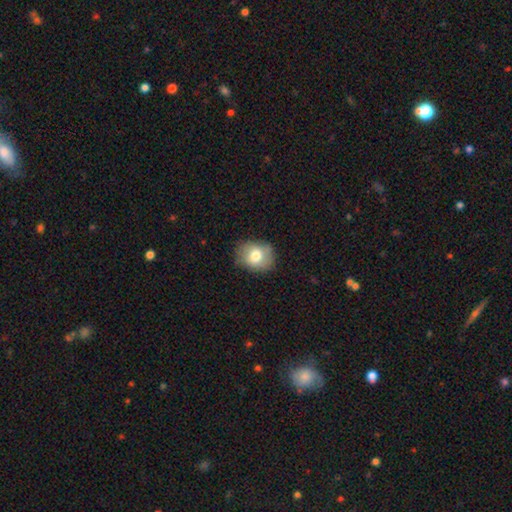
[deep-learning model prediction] This appears to be a smooth galaxy with no disk features (76%) that is round (54%). Merging: none (79%).